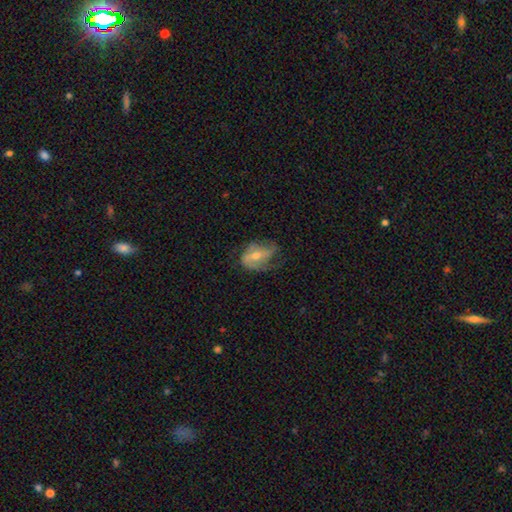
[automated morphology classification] This is likely a featured or disk galaxy (68%). It is clearly not viewed edge-on (95%). Bar: marginally weak (37%). Spiral arm pattern: likely yes (80%). Spiral arm count: possibly 2 (55%). Spiral winding: marginally medium (40%). Central bulge: possibly moderate (57%). Merging: possibly none (48%).